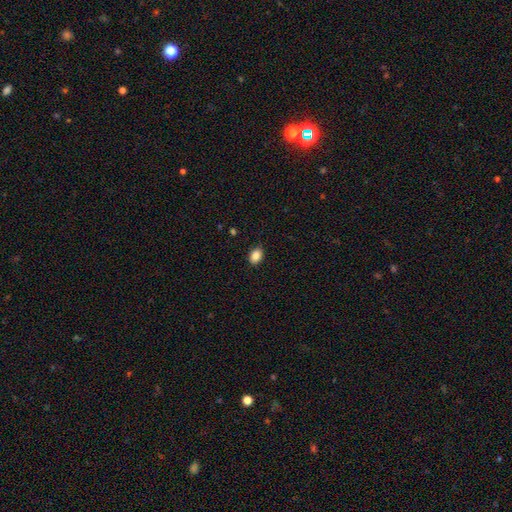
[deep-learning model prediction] Smooth or featured?
  - smooth: 87% *
  - star or artifact: 9%
  - featured or disk: 4%
How rounded?
  - in between: 77% *
  - round: 21%
  - cigar-shaped: 1%
Merging?
  - none: 87% *
  - minor disturbance: 10%
  - major disturbance: 2%
  - merger: 1%